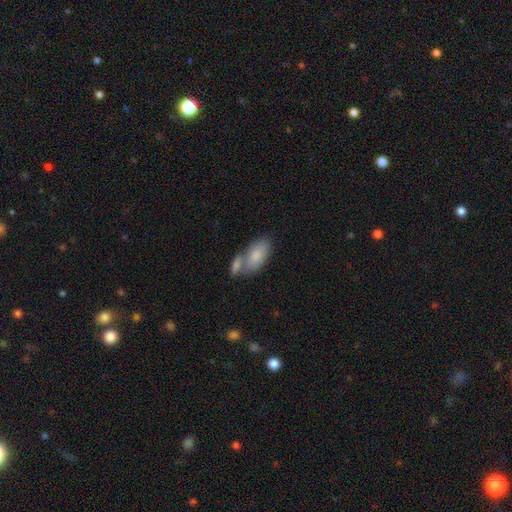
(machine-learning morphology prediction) This is clearly a smooth galaxy (82%). How rounded: clearly in between (92%). Merging: possibly merger (45%).